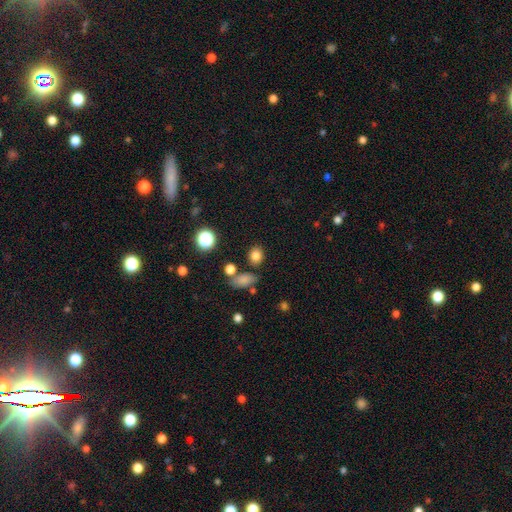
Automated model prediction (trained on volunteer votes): Smooth or featured?
  - smooth: 80% *
  - star or artifact: 14%
  - featured or disk: 6%
How rounded?
  - round: 62% *
  - in between: 37%
  - cigar-shaped: 1%
Merging?
  - none: 79% *
  - minor disturbance: 10%
  - merger: 7%
  - major disturbance: 3%